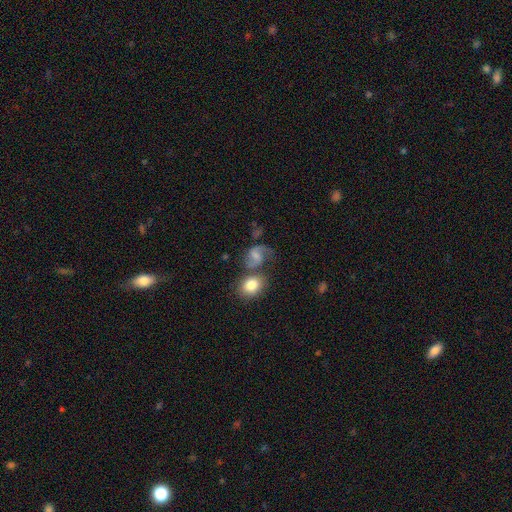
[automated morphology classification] A featured or disk galaxy (54%) with a weak bar (45%), spiral arms (86%) and a small central bulge (33%).

Vote fractions:
- Smooth or featured? featured or disk: 54% / smooth: 34% / star or artifact: 11%
- Edge-on disk? no: 97% / yes: 3%
- Bar? weak: 45% / no: 39% / strong: 16%
- Spiral arms? yes: 86% / no: 14%
- Bulge size? small: 33% / moderate: 31% / none: 25% / large: 9% / dominant: 2%
- Merging? none: 41% / merger: 24% / minor disturbance: 18% / major disturbance: 17%